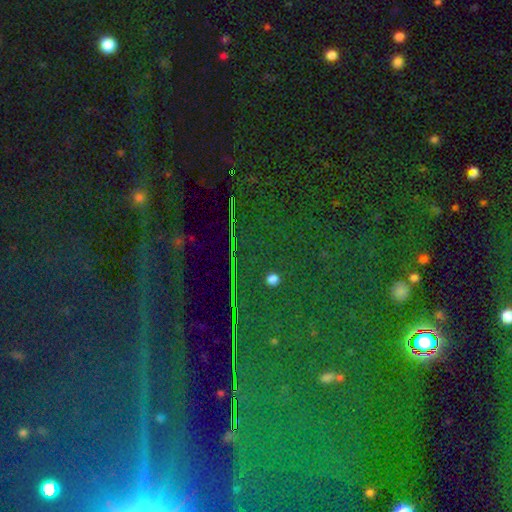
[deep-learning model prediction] Smooth or featured: star or artifact — 86% (smooth — 8%)